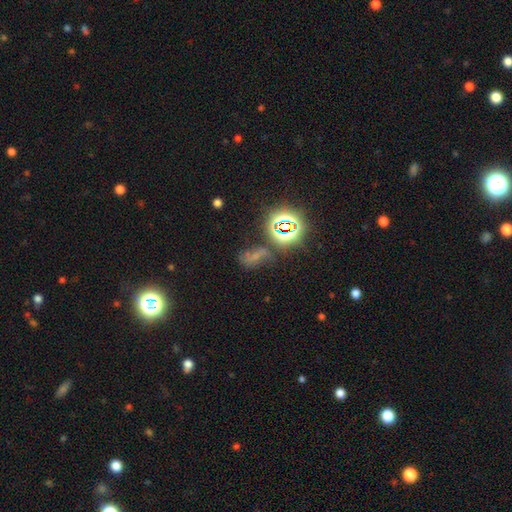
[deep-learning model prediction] Smooth or featured?
  - star or artifact: 50% *
  - smooth: 32%
  - featured or disk: 19%